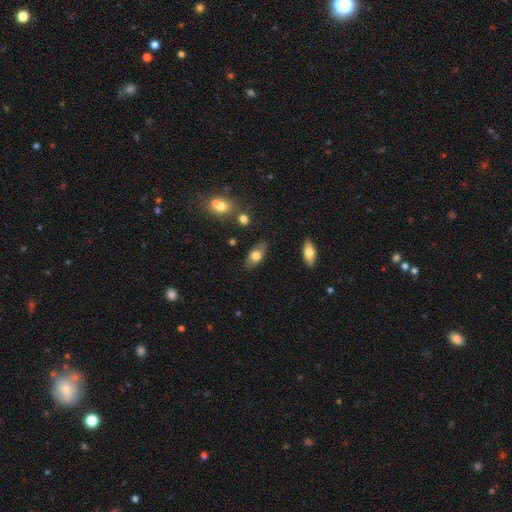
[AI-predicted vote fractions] Smooth or featured: smooth — 70% (featured or disk — 24%)
How rounded: in between — 86% (cigar-shaped — 8%)
Merging: none — 81% (minor disturbance — 14%)